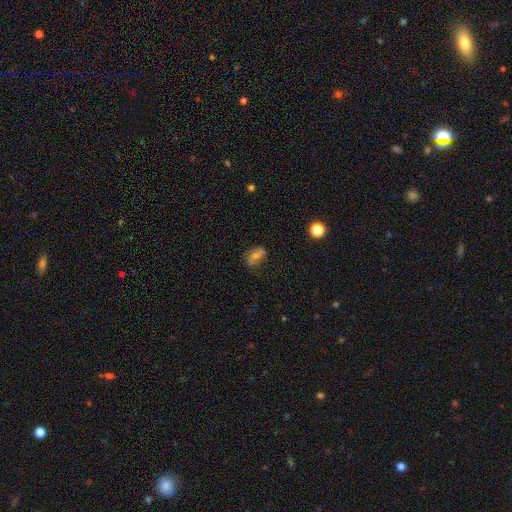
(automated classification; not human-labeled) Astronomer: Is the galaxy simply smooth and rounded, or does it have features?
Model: smooth — 47% (runner-up: featured or disk, 40%).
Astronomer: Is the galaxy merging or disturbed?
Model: none — 72%.